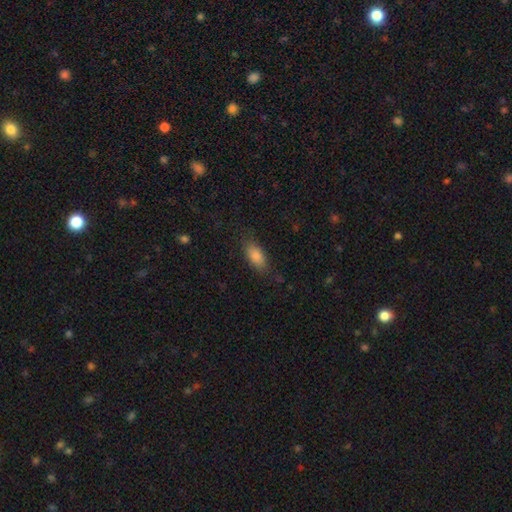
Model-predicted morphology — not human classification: Q: Smooth or featured?
A: smooth (83%); runner-up: featured or disk (9%)
Q: How rounded?
A: in between (83%); runner-up: cigar-shaped (14%)
Q: Merging?
A: none (80%); runner-up: minor disturbance (15%)